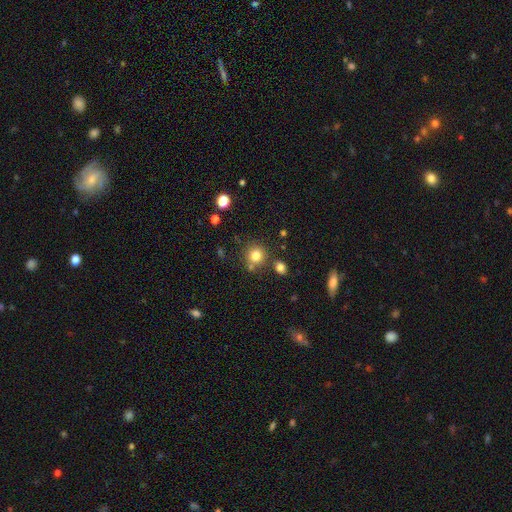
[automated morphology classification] Q: Smooth or featured?
A: smooth (80%); runner-up: star or artifact (13%)
Q: How rounded?
A: round (90%); runner-up: in between (9%)
Q: Merging?
A: none (76%); runner-up: merger (11%)